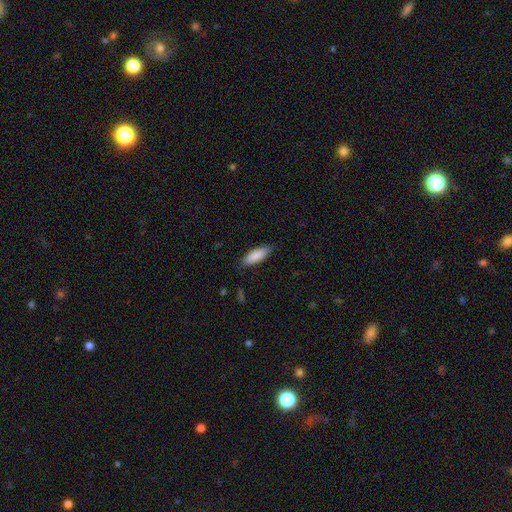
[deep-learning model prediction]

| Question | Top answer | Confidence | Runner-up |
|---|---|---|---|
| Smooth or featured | smooth | 87% | featured or disk (7%) |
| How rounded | in between | 56% | cigar-shaped (42%) |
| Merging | none | 83% | minor disturbance (13%) |